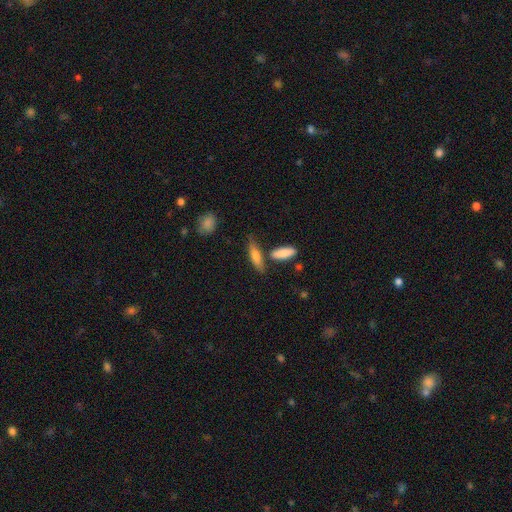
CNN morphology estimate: This is likely a smooth galaxy (71%). How rounded: possibly cigar-shaped (57%). Merging: likely none (62%).